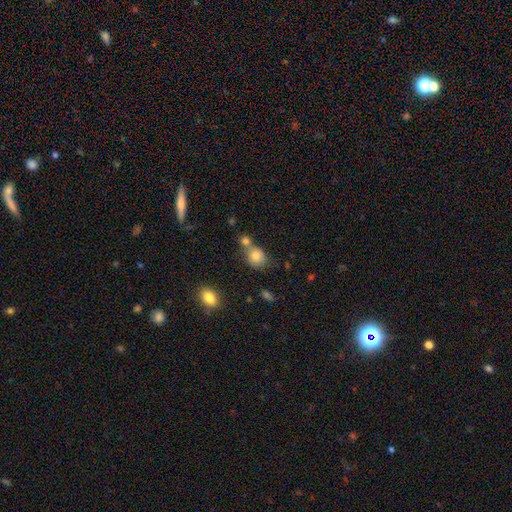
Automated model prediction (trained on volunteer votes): Smooth or featured? smooth (79%)
How rounded? round (65%)
Merging? none (49%)